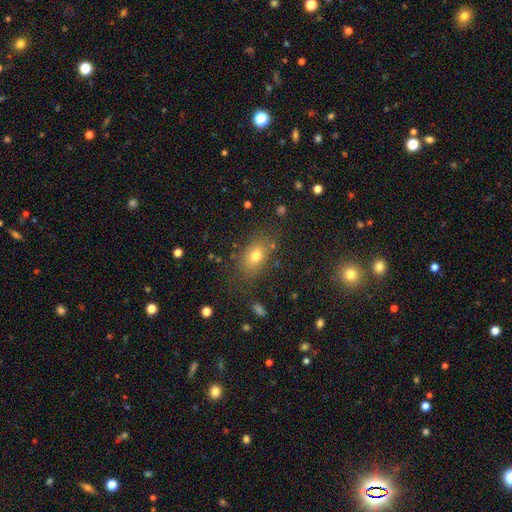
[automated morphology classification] Smooth or featured: smooth — 73% (star or artifact — 14%)
How rounded: in between — 76% (round — 21%)
Merging: none — 77% (minor disturbance — 14%)